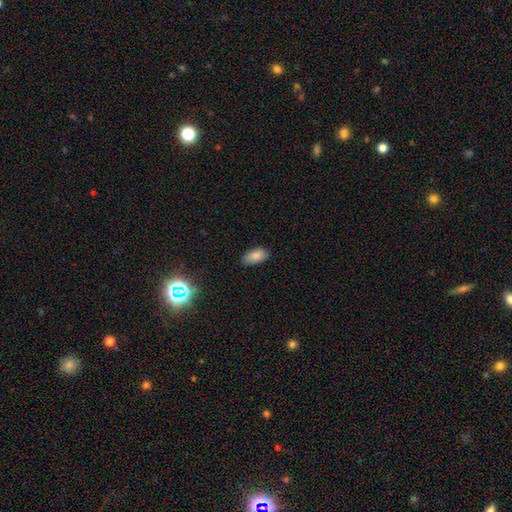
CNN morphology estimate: Overall: smooth (84%). How rounded: in between (92%). Merging: none (82%).